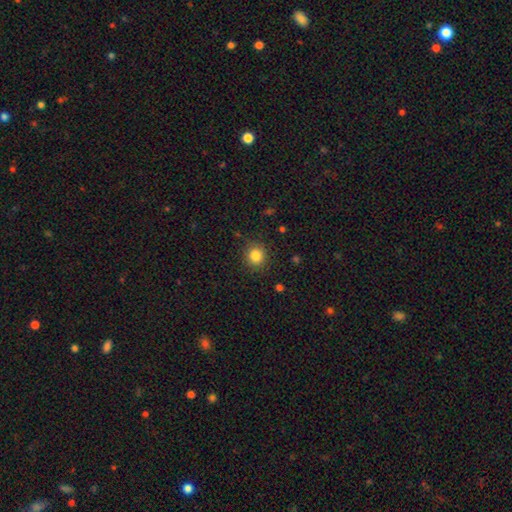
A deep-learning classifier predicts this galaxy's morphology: Smooth or featured?
  - smooth: 83% *
  - star or artifact: 12%
  - featured or disk: 5%
How rounded?
  - round: 87% *
  - in between: 12%
  - cigar-shaped: 1%
Merging?
  - none: 87% *
  - minor disturbance: 9%
  - major disturbance: 3%
  - merger: 1%